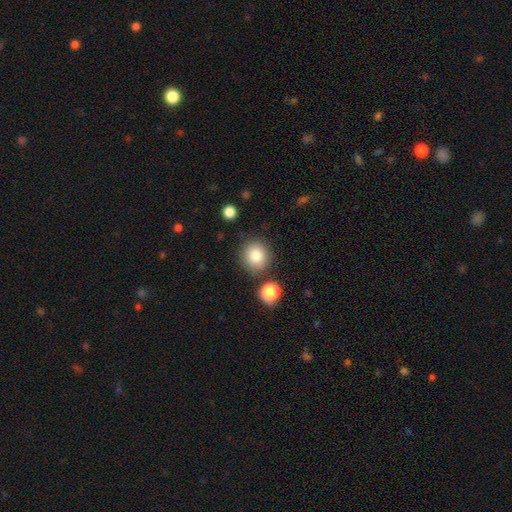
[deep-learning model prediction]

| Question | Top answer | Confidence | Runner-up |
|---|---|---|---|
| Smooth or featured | smooth | 83% | star or artifact (10%) |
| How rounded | round | 89% | in between (10%) |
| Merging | none | 81% | minor disturbance (9%) |